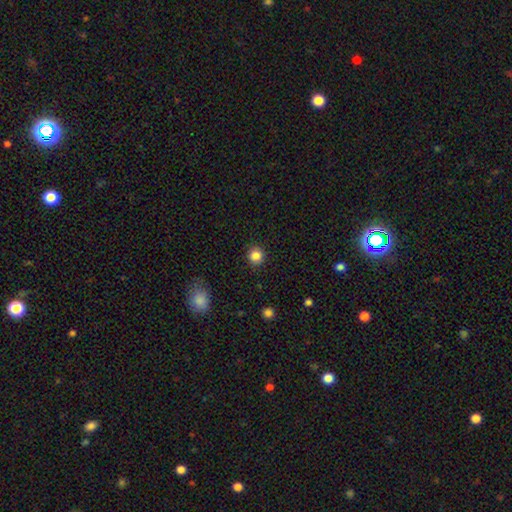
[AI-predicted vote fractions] This is clearly a smooth galaxy (85%). How rounded: clearly round (91%). Merging: clearly none (91%).